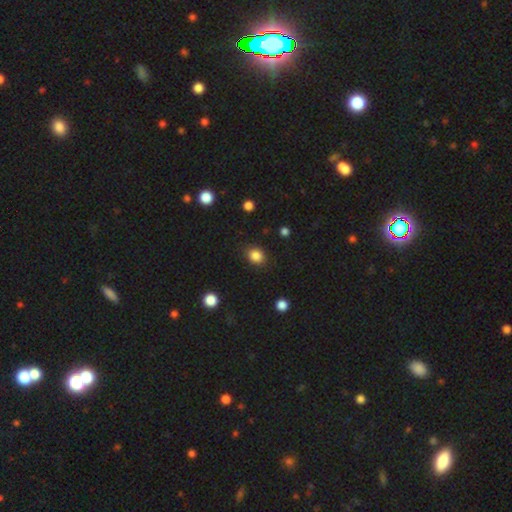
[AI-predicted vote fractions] Overall: smooth (85%). How rounded: round (64%; in between 35%). Merging: none (87%).